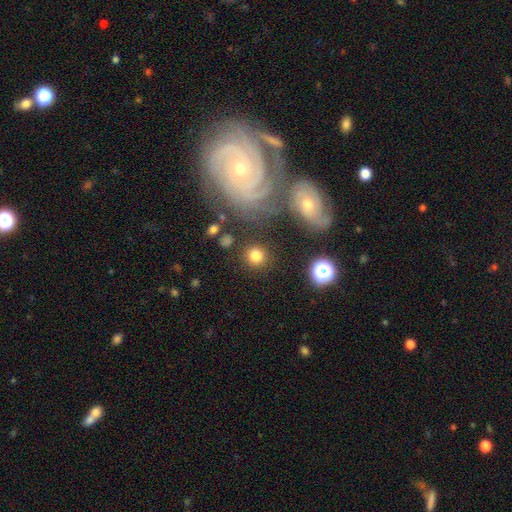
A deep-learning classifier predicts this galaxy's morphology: Smooth or featured: smooth — 78% (star or artifact — 12%)
How rounded: round — 91% (in between — 8%)
Merging: none — 84% (minor disturbance — 7%)